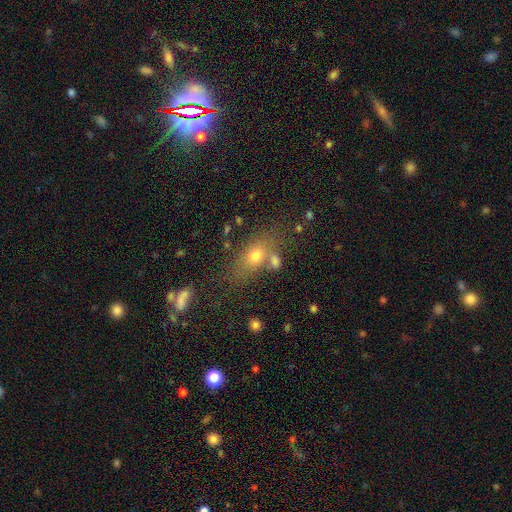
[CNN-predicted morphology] This is likely a smooth galaxy (69%). How rounded: likely in between (70%). Merging: likely none (62%).